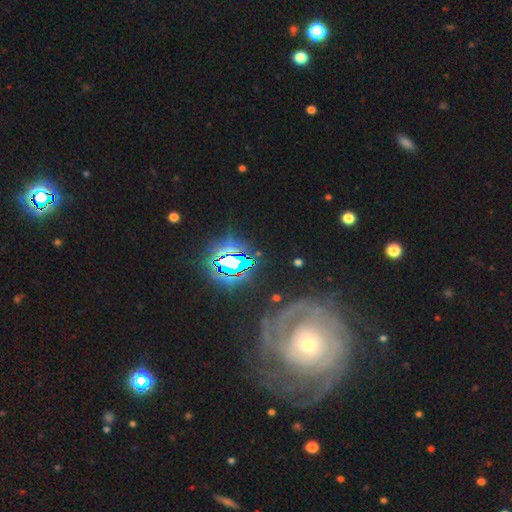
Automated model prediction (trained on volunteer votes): smooth-or-featured: star or artifact: 47% | featured or disk: 37% | smooth: 16%